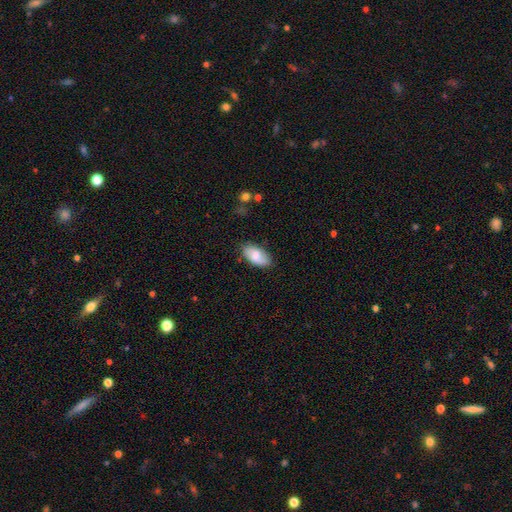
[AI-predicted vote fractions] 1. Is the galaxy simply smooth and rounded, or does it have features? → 77% smooth, 16% featured or disk, 6% star or artifact.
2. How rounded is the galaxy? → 94% in between, 3% cigar-shaped, 3% round.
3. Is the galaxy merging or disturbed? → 79% none, 16% minor disturbance, 3% major disturbance, 1% merger.